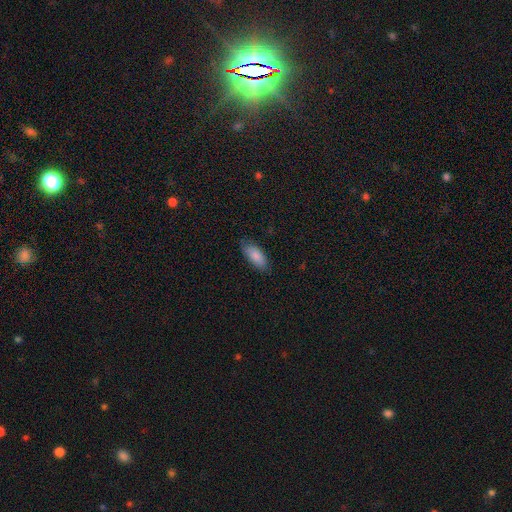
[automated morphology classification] This appears to be a smooth galaxy with no disk features (86%) that is in between round and cigar-shaped (83%). Merging: none (78%).